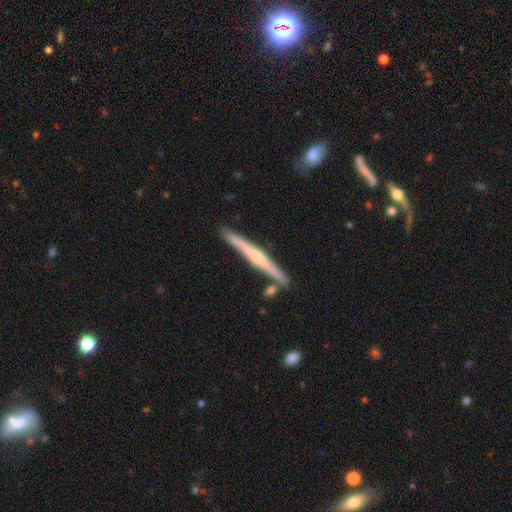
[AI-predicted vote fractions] Smooth or featured? featured or disk (66%)
Edge-on disk? yes (98%)
Edge-on bulge? rounded (61%)
Merging? none (83%)